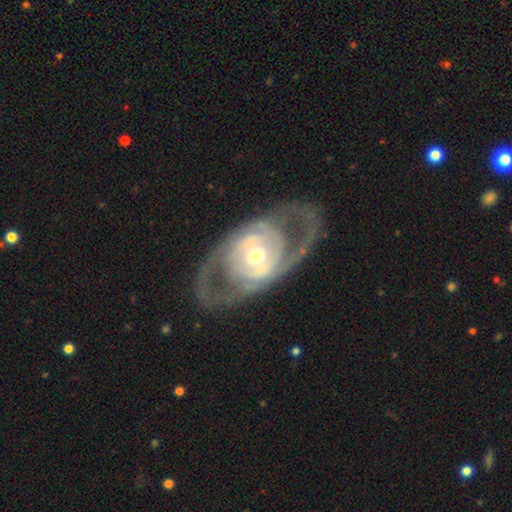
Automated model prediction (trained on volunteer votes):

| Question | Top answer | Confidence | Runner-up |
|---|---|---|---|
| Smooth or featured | featured or disk | 83% | smooth (13%) |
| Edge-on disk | no | 93% | yes (7%) |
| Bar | no | 55% | weak (29%) |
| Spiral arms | yes | 69% | no (31%) |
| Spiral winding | medium | 41% | tight (40%) |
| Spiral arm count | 2 | 71% | can't tell (17%) |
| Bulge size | moderate | 67% | small (20%) |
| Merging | none | 74% | minor disturbance (13%) |